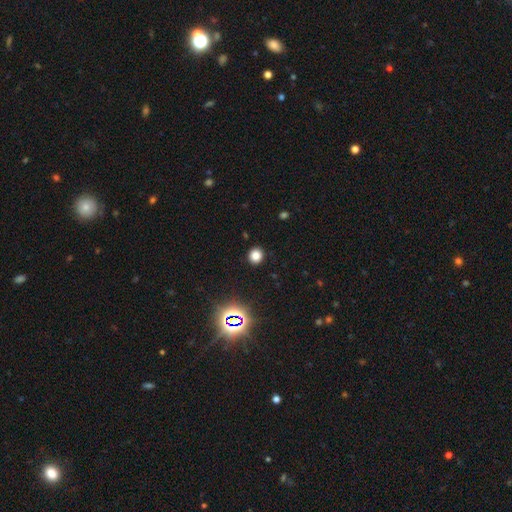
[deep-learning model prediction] A smooth galaxy with no disk features (78%) that is round (86%). Merging: none (91%).